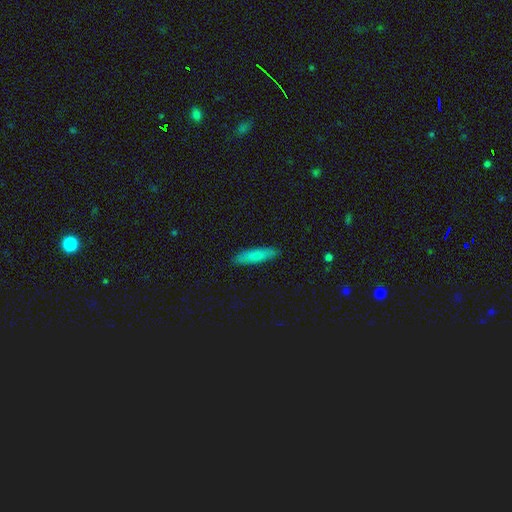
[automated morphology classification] smooth 83%, featured or disk 11%, star or artifact 6%. Down the decision tree: how rounded — cigar-shaped (70%); merging — none (88%).